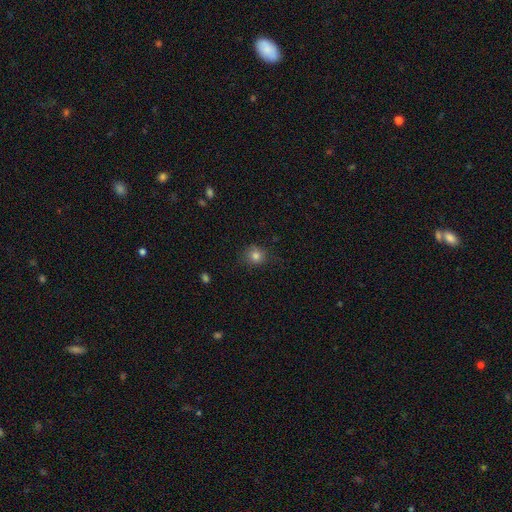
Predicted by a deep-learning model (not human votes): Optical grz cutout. It shows a smooth galaxy with no disk features (81%) that is round (86%). Merging: none (81%).